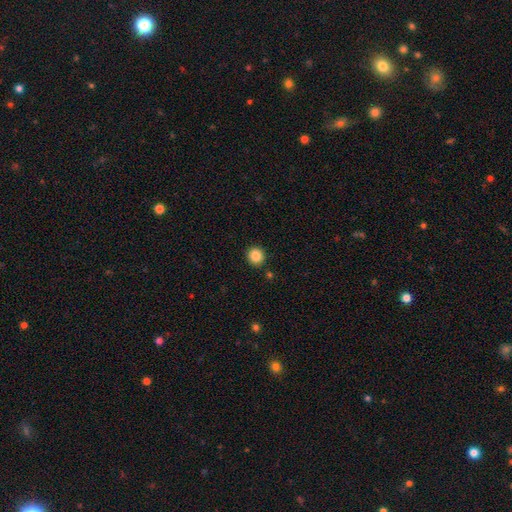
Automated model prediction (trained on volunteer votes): Smooth or featured: smooth — 85% (star or artifact — 10%)
How rounded: round — 91% (in between — 8%)
Merging: none — 92% (minor disturbance — 5%)